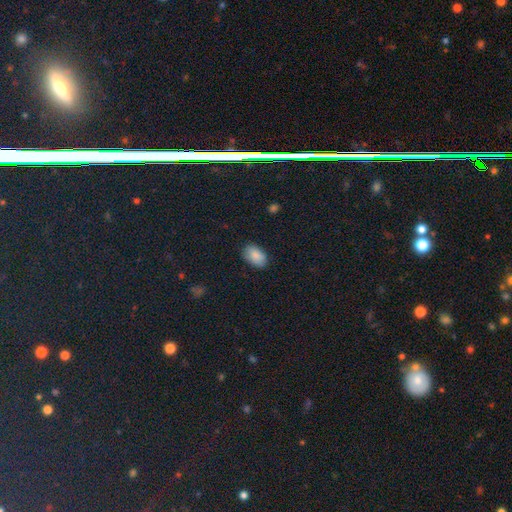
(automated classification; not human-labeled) This appears to be a smooth galaxy with no disk features (88%) that is in between round and cigar-shaped (91%). Merging: none (83%).